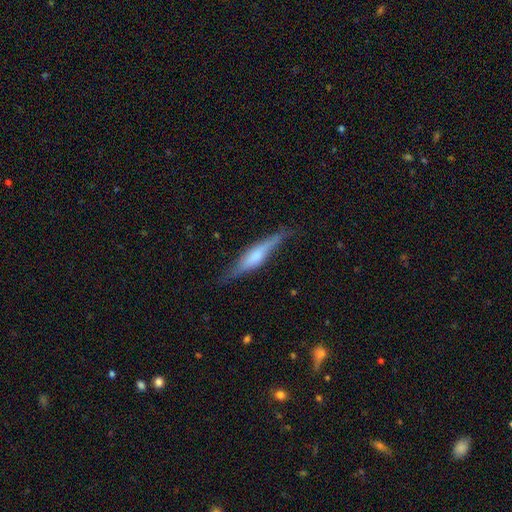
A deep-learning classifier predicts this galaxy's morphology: A featured or disk galaxy (57%) viewed edge-on (90%) with a rounded central bulge (64%).

Vote fractions:
- Smooth or featured? featured or disk: 57% / smooth: 37% / star or artifact: 6%
- Edge-on disk? yes: 90% / no: 10%
- Edge-on bulge? rounded: 64% / boxy: 22% / none: 14%
- Merging? none: 73% / minor disturbance: 20% / major disturbance: 5% / merger: 2%